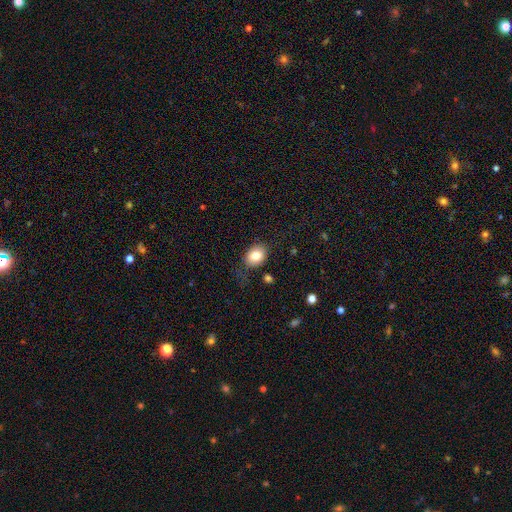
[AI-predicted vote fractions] smooth 81%, featured or disk 10%, star or artifact 9%. Down the decision tree: how rounded — in between (59%); merging — none (73%).